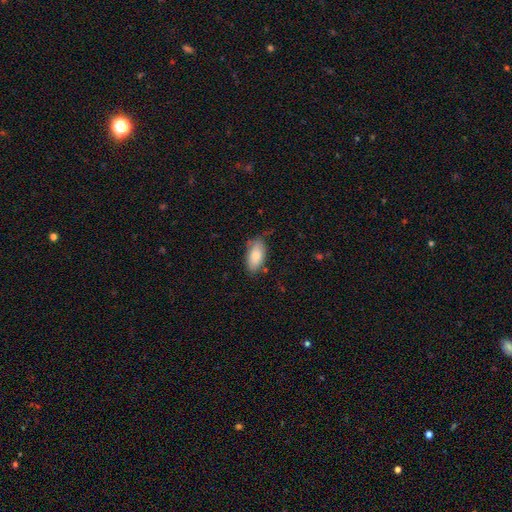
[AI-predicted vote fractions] Smooth or featured? smooth (81%)
How rounded? in between (91%)
Merging? none (73%)